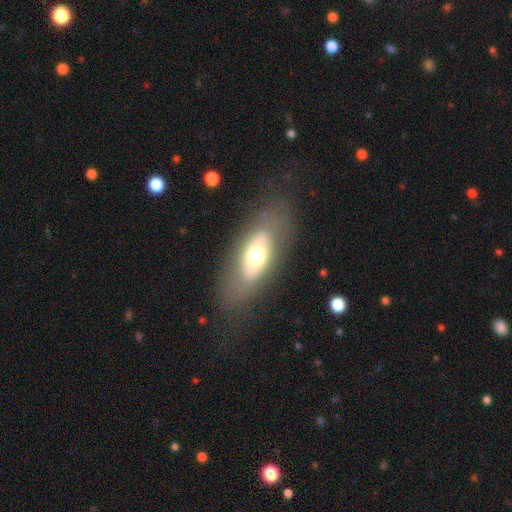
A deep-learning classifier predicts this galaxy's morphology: Smooth or featured: smooth — 52% (featured or disk — 41%)
How rounded: in between — 82% (cigar-shaped — 12%)
Merging: none — 77% (minor disturbance — 13%)